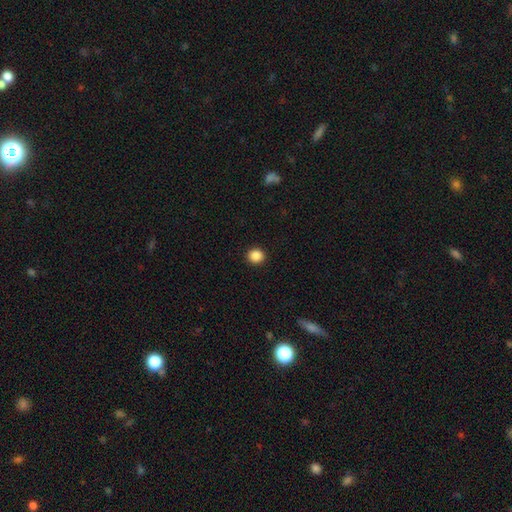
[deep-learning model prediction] A smooth galaxy with no disk features (88%) that is round (88%).

Vote fractions:
- Smooth or featured? smooth: 88% / star or artifact: 10% / featured or disk: 3%
- How rounded? round: 88% / in between: 11% / cigar-shaped: 1%
- Merging? none: 93% / minor disturbance: 4% / major disturbance: 2% / merger: 1%